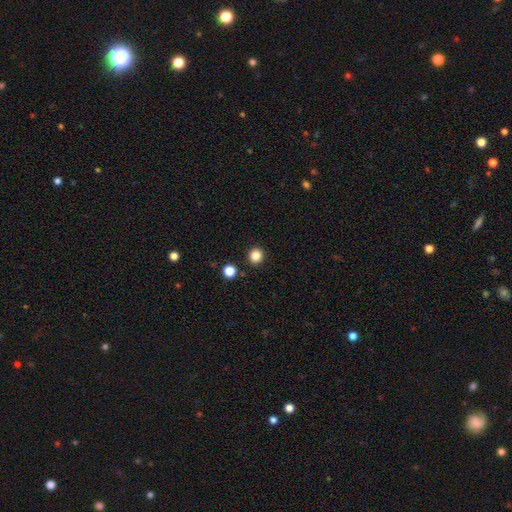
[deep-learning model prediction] Morphology: type=smooth (85%); roundness=round (92%); merging=none (91%).